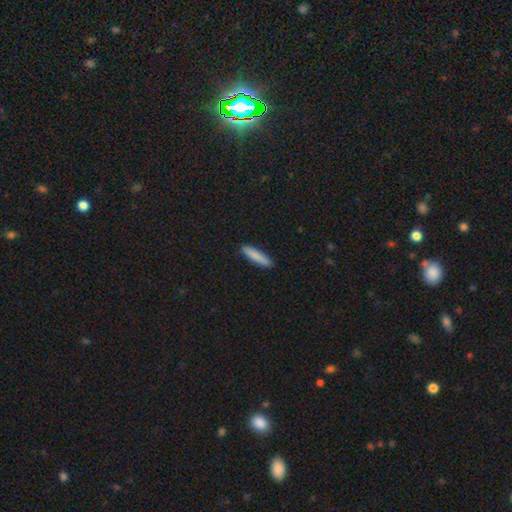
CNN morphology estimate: type=smooth (85%); roundness=cigar-shaped (83%); merging=none (90%).